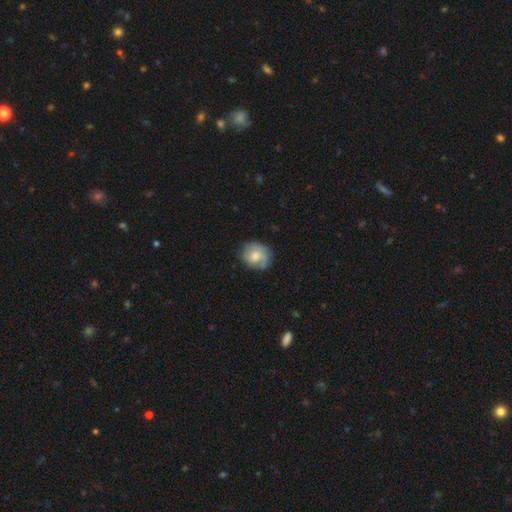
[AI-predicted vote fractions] The model was most divided on "smooth or featured": smooth: 50%, featured or disk: 43%, star or artifact: 8%. More confident: merging — none (66%).